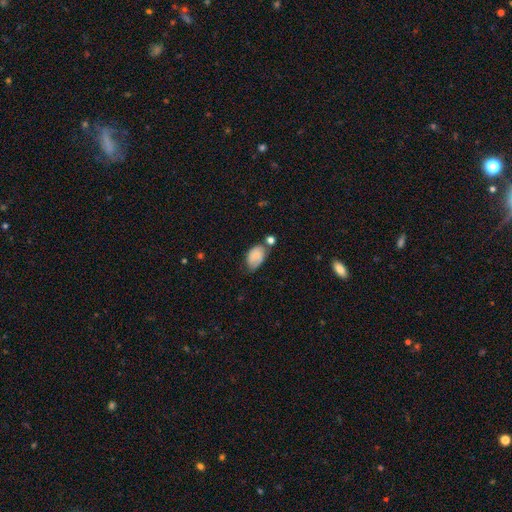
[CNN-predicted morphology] A smooth galaxy with no disk features (77%) that is in between round and cigar-shaped (90%). Merging: none (44%).